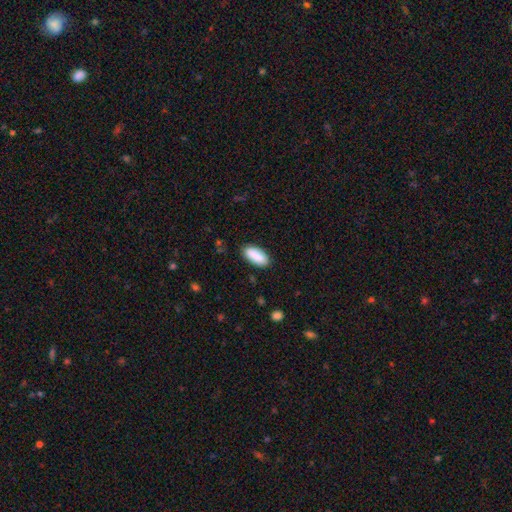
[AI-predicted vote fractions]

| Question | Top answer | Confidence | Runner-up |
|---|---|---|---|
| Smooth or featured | smooth | 88% | featured or disk (6%) |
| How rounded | in between | 87% | cigar-shaped (11%) |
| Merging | none | 85% | minor disturbance (11%) |